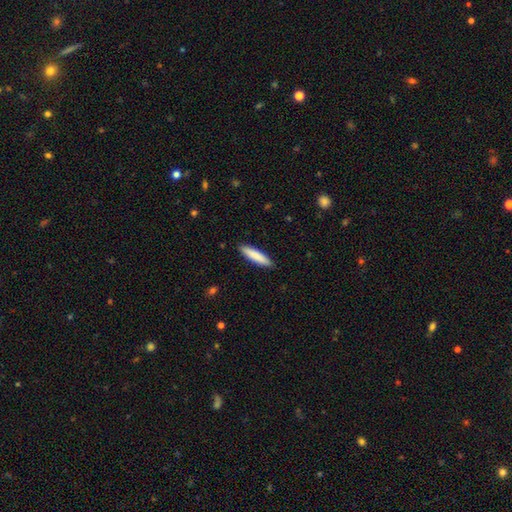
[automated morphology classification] The model was most divided on "how rounded": cigar-shaped: 82%, in between: 16%, round: 1%. More confident: merging — none (90%); smooth or featured — smooth (84%).